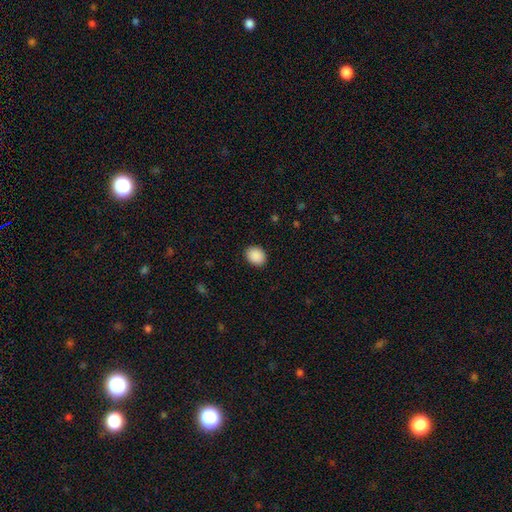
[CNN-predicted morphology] Smooth or featured: smooth — 90% (star or artifact — 8%)
How rounded: round — 50% (in between — 49%)
Merging: none — 90% (minor disturbance — 7%)